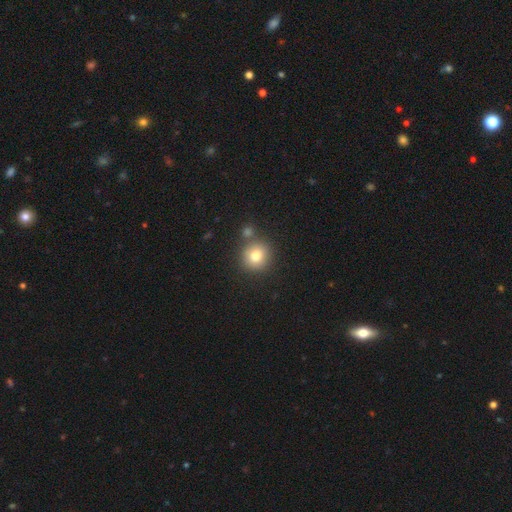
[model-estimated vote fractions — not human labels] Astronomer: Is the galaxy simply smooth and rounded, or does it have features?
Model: smooth — 80%.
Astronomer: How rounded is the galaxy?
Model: round — 91%.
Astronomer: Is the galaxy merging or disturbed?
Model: none — 74%.